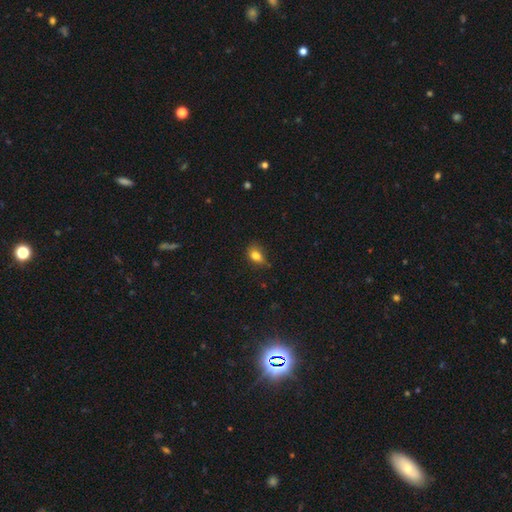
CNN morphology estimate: Overall: smooth (79%). How rounded: in between (73%). Merging: none (51%; minor disturbance 35%).